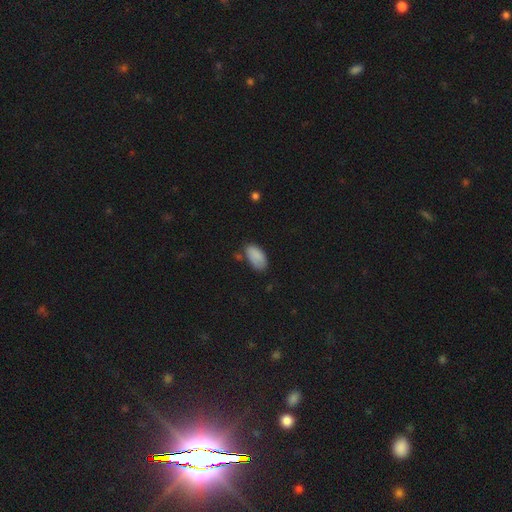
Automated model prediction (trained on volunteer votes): Smooth or featured? smooth (87%)
How rounded? in between (95%)
Merging? none (68%)